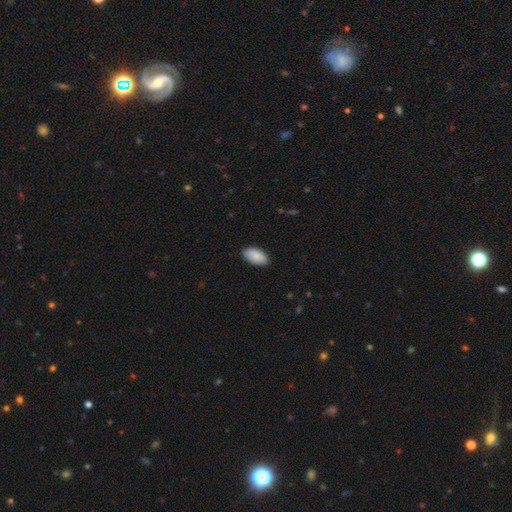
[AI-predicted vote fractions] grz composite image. It shows a smooth galaxy with no disk features (88%) that is in between round and cigar-shaped (95%). Merging: none (86%).